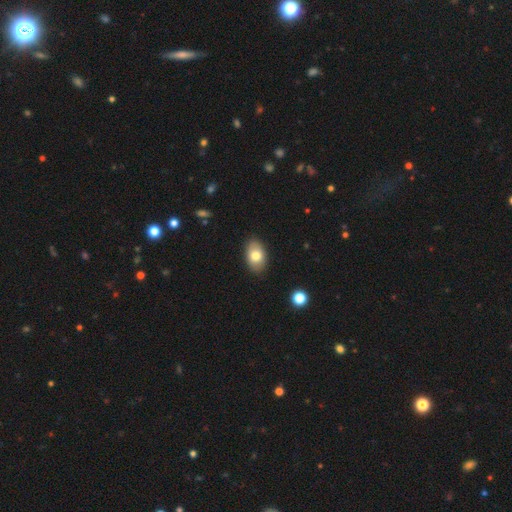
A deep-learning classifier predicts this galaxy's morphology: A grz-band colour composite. It shows a smooth galaxy with no disk features (79%) that is in between round and cigar-shaped (90%). Merging: none (86%).